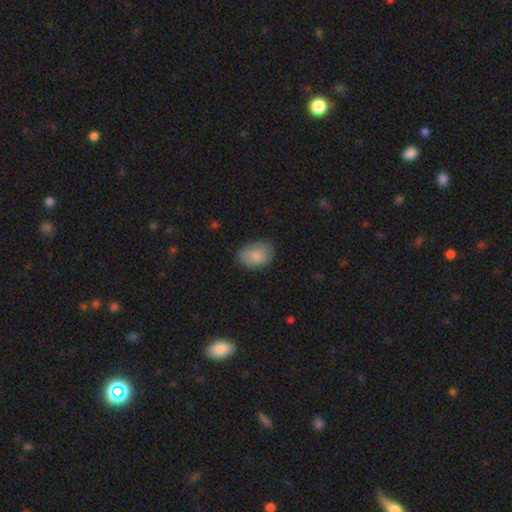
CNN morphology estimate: This is clearly a smooth galaxy (84%). How rounded: likely in between (80%). Merging: likely none (77%).